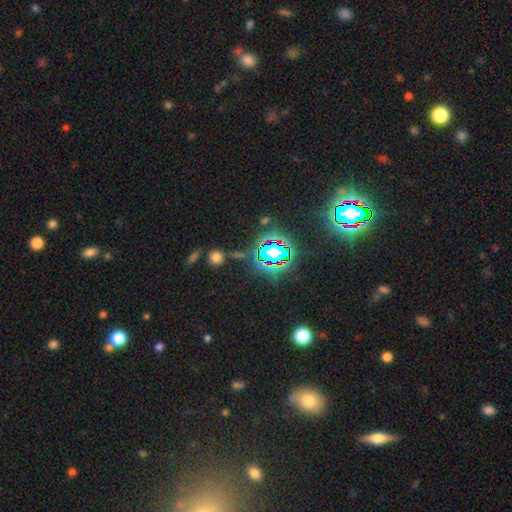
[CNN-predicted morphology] A star or artifact, not a galaxy (78%).

Vote fractions:
- Smooth or featured? star or artifact: 78% / smooth: 13% / featured or disk: 8%